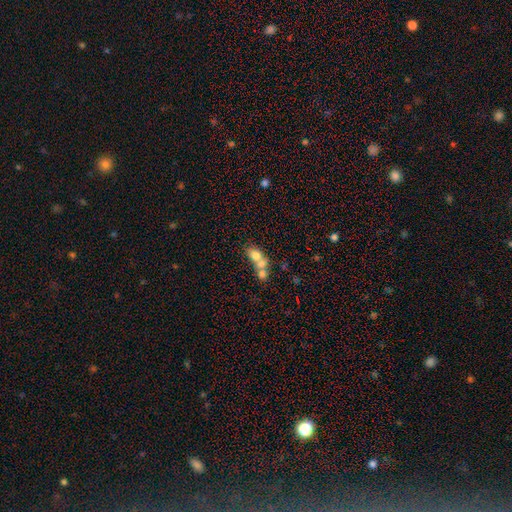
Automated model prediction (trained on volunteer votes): smooth-or-featured: smooth: 67% | featured or disk: 22% | star or artifact: 11%
  how-rounded: in between: 61% | round: 35% | cigar-shaped: 4%
  merging: merger: 67% | none: 21% | minor disturbance: 7% | major disturbance: 5%